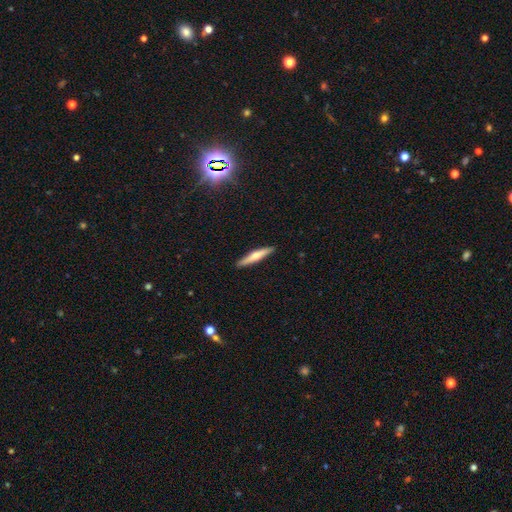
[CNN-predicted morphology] Smooth or featured?
  - featured or disk: 49% *
  - smooth: 45%
  - star or artifact: 5%
Merging?
  - none: 91% *
  - minor disturbance: 6%
  - major disturbance: 1%
  - merger: 1%